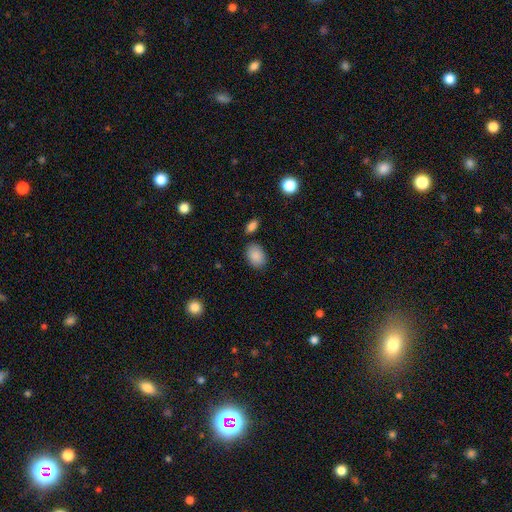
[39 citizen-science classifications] Volunteers were most divided on "merging": none: 76%, minor disturbance: 18%, major disturbance: 5%, merger: 0%. More confident: smooth or featured — smooth (90%); how rounded — in between (86%).